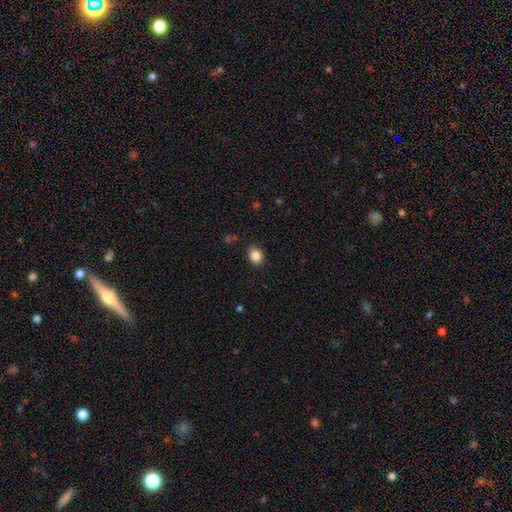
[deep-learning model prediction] This appears to be a smooth galaxy with no disk features (85%) that is round (52%). Merging: none (85%).